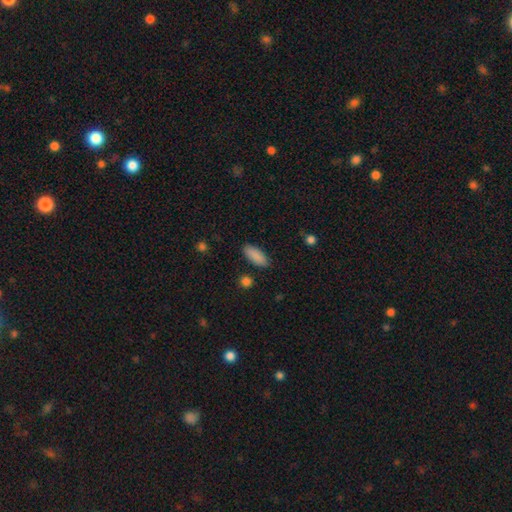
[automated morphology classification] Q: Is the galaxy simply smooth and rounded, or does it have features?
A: smooth — 89%.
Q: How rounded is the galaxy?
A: in between — 79%.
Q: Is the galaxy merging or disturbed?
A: none — 86%.